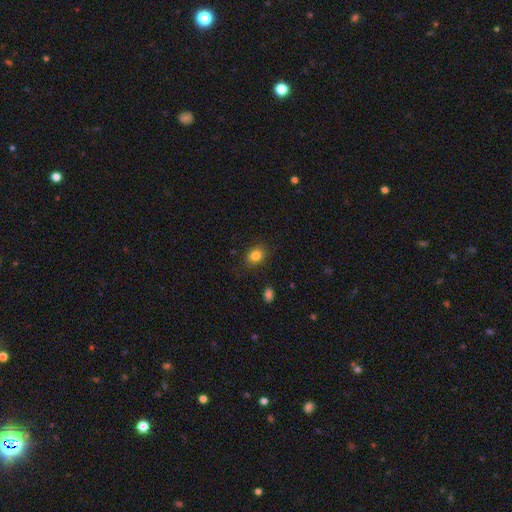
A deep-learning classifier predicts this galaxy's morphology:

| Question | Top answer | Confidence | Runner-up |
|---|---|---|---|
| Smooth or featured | smooth | 83% | star or artifact (11%) |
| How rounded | round | 50% | in between (49%) |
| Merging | none | 86% | minor disturbance (10%) |